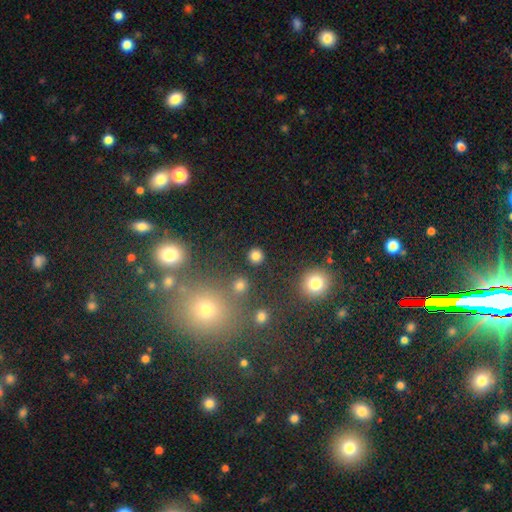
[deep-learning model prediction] This appears to be a smooth galaxy with no disk features (81%) that is round (91%). Merging: none (88%).